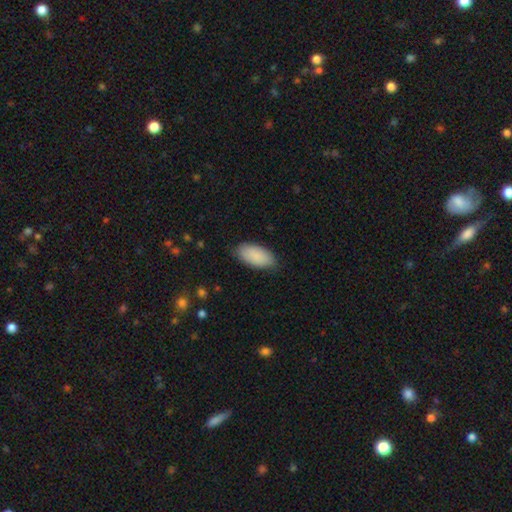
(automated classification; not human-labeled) Smooth or featured? Predicted: smooth (p=0.89). How rounded? Predicted: in between (p=0.93). Merging? Predicted: none (p=0.83).